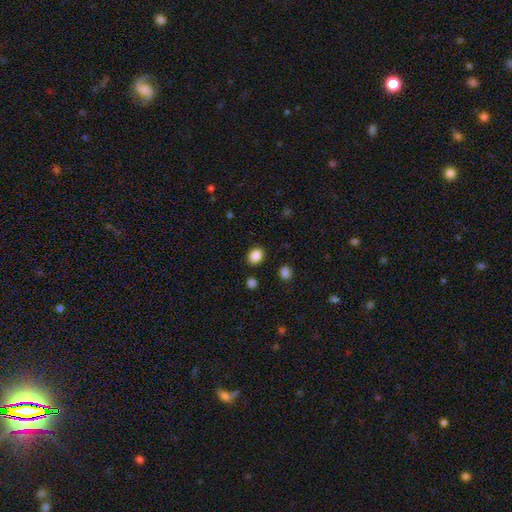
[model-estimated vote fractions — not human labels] Q: Smooth or featured?
A: smooth (87%); runner-up: star or artifact (10%)
Q: How rounded?
A: in between (50%); runner-up: round (49%)
Q: Merging?
A: none (87%); runner-up: minor disturbance (8%)